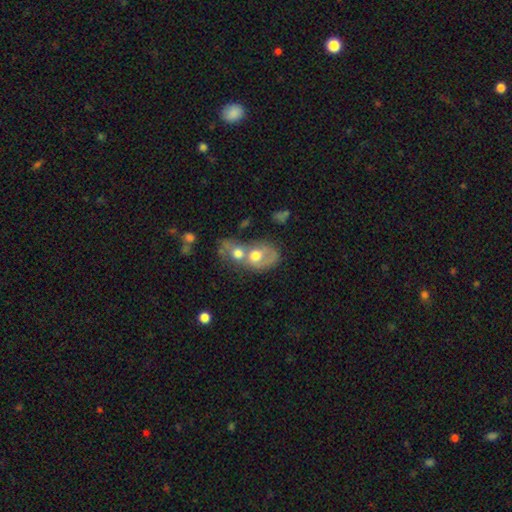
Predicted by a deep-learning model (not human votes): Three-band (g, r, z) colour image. It shows a smooth galaxy with no disk features (52%) that is in between round and cigar-shaped (58%). Merging: merger (73%).